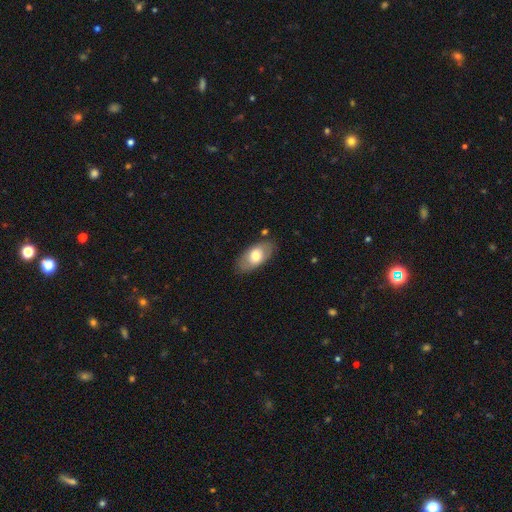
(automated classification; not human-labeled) This is likely a smooth galaxy (66%). How rounded: clearly in between (92%). Merging: clearly none (81%).